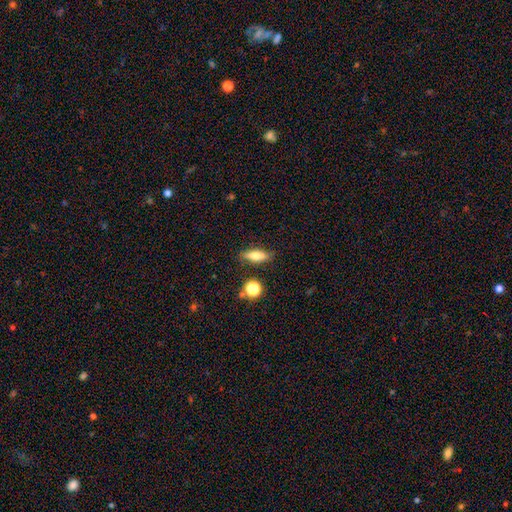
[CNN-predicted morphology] A smooth galaxy with no disk features (65%) that is in between round and cigar-shaped (54%).

Vote fractions:
- Smooth or featured? smooth: 65% / featured or disk: 26% / star or artifact: 9%
- How rounded? in between: 54% / cigar-shaped: 41% / round: 6%
- Merging? none: 82% / minor disturbance: 12% / merger: 3% / major disturbance: 3%